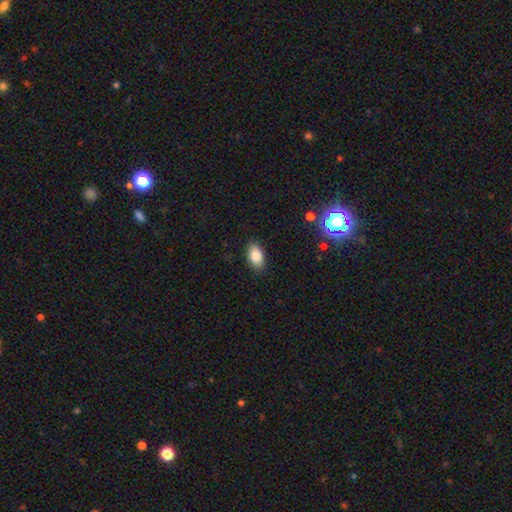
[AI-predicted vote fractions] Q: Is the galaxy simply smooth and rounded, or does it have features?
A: smooth — 83%.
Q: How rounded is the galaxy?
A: in between — 92%.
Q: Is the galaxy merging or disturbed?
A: none — 88%.